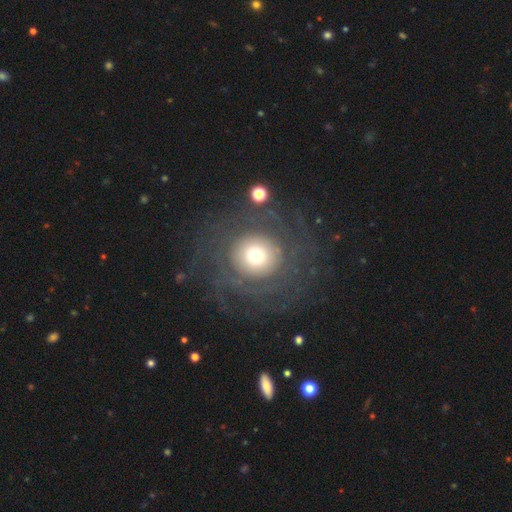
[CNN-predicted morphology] A featured or disk galaxy (56%) with no bar (87%), spiral arms (70%) and a moderate central bulge (45%).

Vote fractions:
- Smooth or featured? featured or disk: 56% / smooth: 31% / star or artifact: 12%
- Edge-on disk? no: 96% / yes: 4%
- Bar? no: 87% / weak: 9% / strong: 4%
- Spiral arms? yes: 70% / no: 30%
- Bulge size? moderate: 45% / large: 24% / small: 22% / dominant: 7% / none: 2%
- Merging? none: 75% / major disturbance: 13% / minor disturbance: 10% / merger: 2%